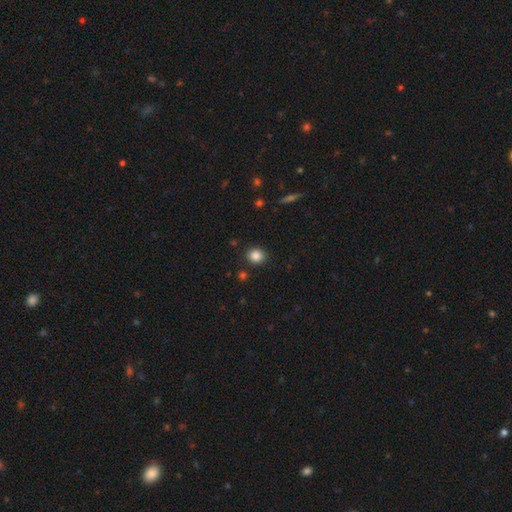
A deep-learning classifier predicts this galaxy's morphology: A smooth galaxy with no disk features (86%) that is round (84%).

Vote fractions:
- Smooth or featured? smooth: 86% / star or artifact: 10% / featured or disk: 4%
- How rounded? round: 84% / in between: 15% / cigar-shaped: 1%
- Merging? none: 88% / minor disturbance: 8% / major disturbance: 2% / merger: 2%